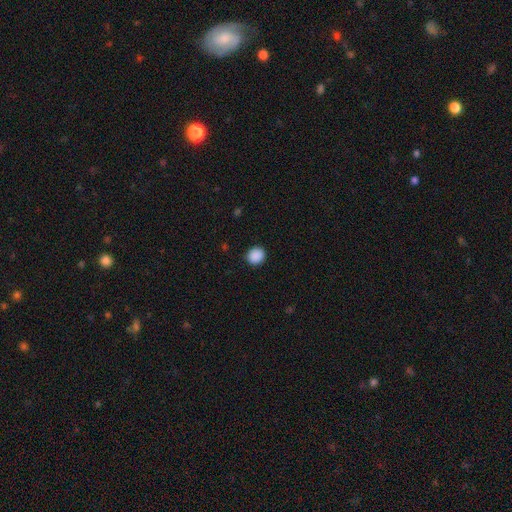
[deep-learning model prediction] Smooth or featured? smooth (89%)
How rounded? round (83%)
Merging? none (91%)